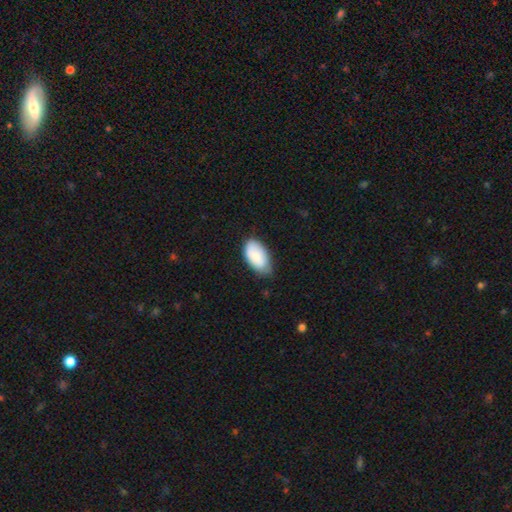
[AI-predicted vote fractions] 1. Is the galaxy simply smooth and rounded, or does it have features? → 85% smooth, 9% featured or disk, 6% star or artifact.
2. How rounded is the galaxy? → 95% in between, 3% round, 2% cigar-shaped.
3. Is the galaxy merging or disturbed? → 59% none, 34% minor disturbance, 5% major disturbance, 2% merger.